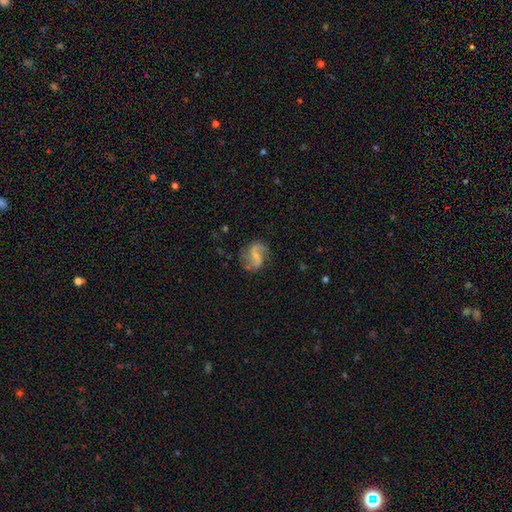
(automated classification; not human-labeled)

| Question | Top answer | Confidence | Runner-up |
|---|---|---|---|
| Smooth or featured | featured or disk | 83% | smooth (11%) |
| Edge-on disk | no | 98% | yes (2%) |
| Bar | weak | 48% | no (34%) |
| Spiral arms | yes | 96% | no (4%) |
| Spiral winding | loose | 50% | medium (40%) |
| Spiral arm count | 2 | 91% | can't tell (3%) |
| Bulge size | small | 58% | moderate (24%) |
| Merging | none | 75% | minor disturbance (16%) |